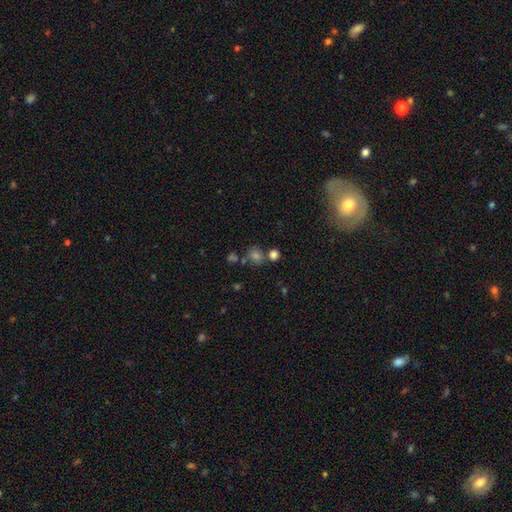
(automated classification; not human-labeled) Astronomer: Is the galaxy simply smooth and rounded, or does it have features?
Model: smooth — 61%.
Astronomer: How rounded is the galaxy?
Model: round — 77%.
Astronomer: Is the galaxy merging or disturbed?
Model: none — 69%.